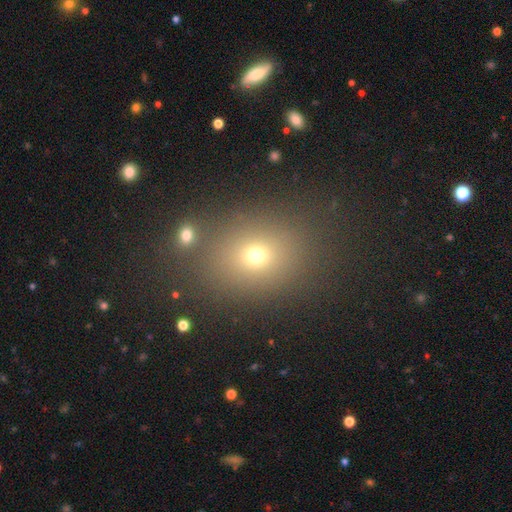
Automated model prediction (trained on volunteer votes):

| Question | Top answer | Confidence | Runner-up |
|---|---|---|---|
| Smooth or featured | smooth | 66% | star or artifact (22%) |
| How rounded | round | 51% | in between (48%) |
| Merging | none | 79% | minor disturbance (10%) |